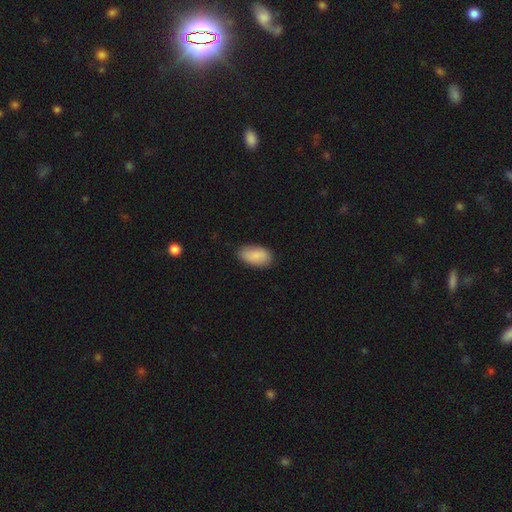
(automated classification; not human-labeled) Morphology: type=smooth (88%); roundness=in between (94%); merging=none (82%).